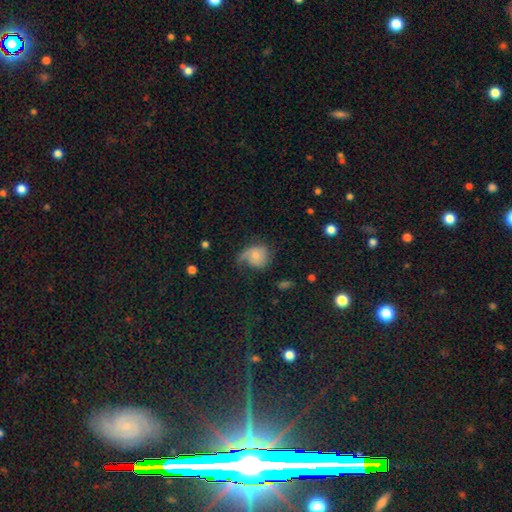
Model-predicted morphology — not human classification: This is possibly a smooth galaxy (52%). How rounded: likely round (63%). Merging: marginally major disturbance (39%).